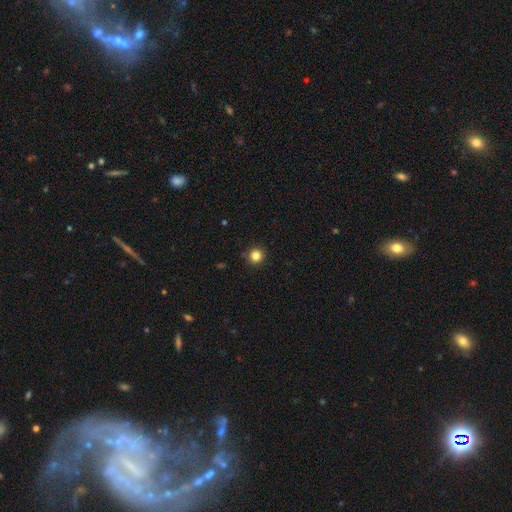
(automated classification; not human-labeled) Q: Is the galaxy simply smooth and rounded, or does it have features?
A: smooth — 83%.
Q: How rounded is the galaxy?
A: round — 95%.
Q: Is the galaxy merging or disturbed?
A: none — 90%.